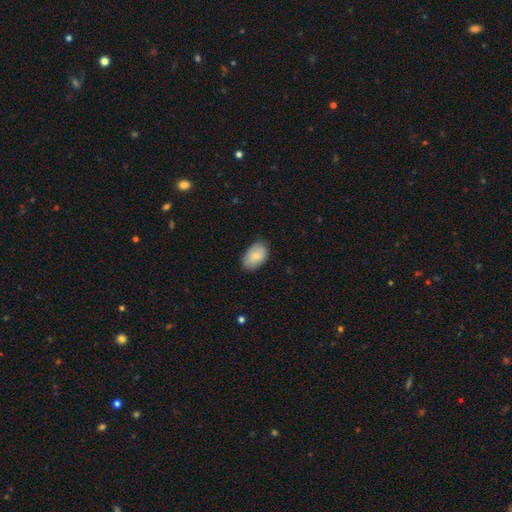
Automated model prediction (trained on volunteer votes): smooth_or_featured: smooth (p=0.82) [alt: featured or disk p=0.11]
how_rounded: in between (p=0.89) [alt: round p=0.10]
merging: none (p=0.78) [alt: minor disturbance p=0.18]